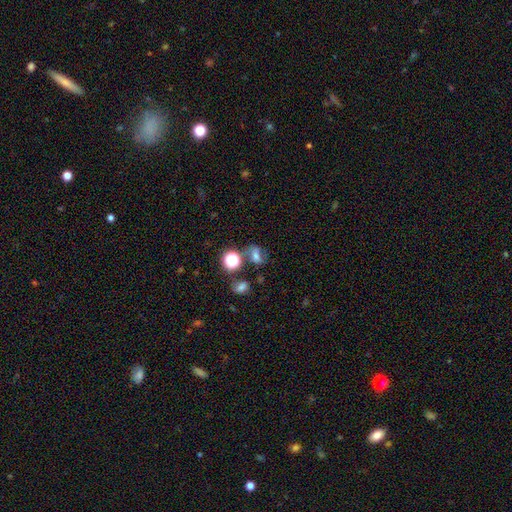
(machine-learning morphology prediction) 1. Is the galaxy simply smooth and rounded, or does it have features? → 53% smooth, 24% star or artifact, 23% featured or disk.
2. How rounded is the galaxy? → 54% in between, 43% round, 3% cigar-shaped.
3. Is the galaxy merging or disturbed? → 59% none, 18% minor disturbance, 14% merger, 9% major disturbance.